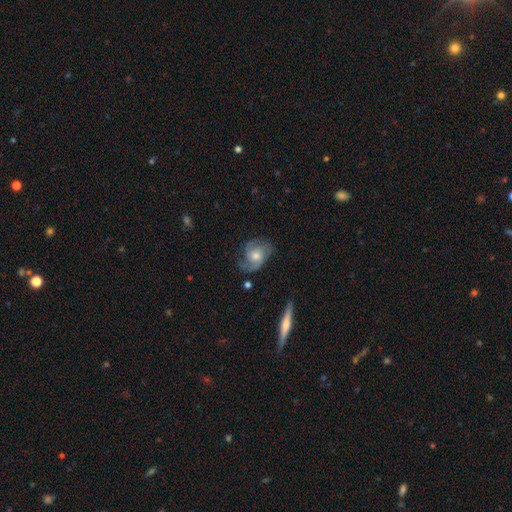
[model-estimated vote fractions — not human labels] Smooth or featured? Predicted: featured or disk (p=0.77). Edge-on disk? Predicted: no (p=0.96). Bar? Predicted: no (p=0.69). Spiral arms? Predicted: yes (p=0.93). Spiral winding? Predicted: medium (p=0.47). Spiral arm count? Predicted: 2 (p=0.45). Bulge size? Predicted: moderate (p=0.63). Merging? Predicted: none (p=0.66).